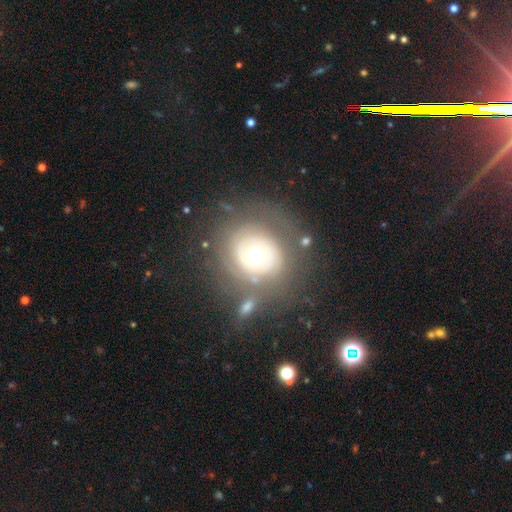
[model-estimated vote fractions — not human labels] A featured or disk galaxy (62%) with no bar (88%), no spiral arms (63%) and a moderate central bulge (60%). Merging: none (67%).